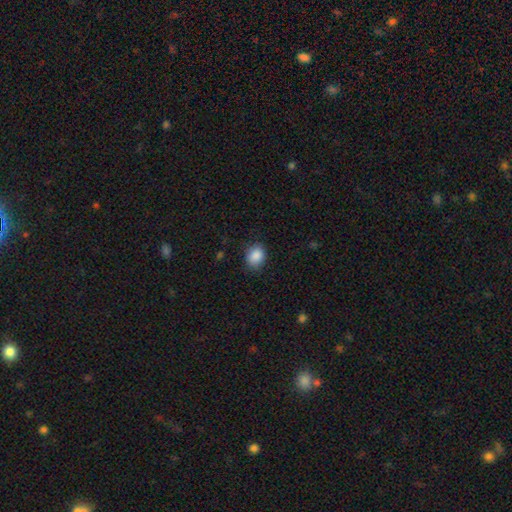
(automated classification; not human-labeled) Smooth or featured: smooth — 88% (star or artifact — 8%)
How rounded: in between — 51% (round — 48%)
Merging: none — 85% (minor disturbance — 11%)